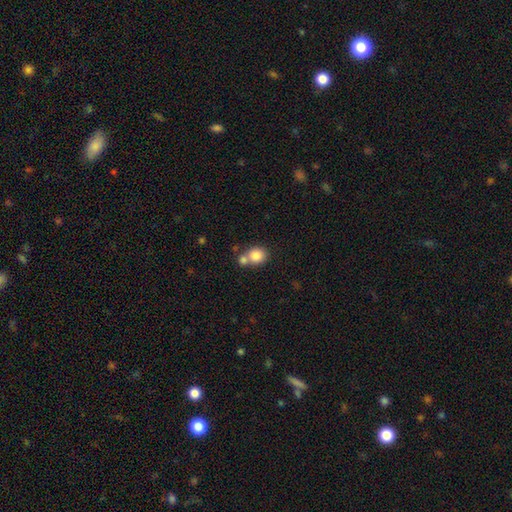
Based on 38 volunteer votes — Smooth or featured? smooth (87%)
How rounded? round (73%)
Merging? merger (43%)